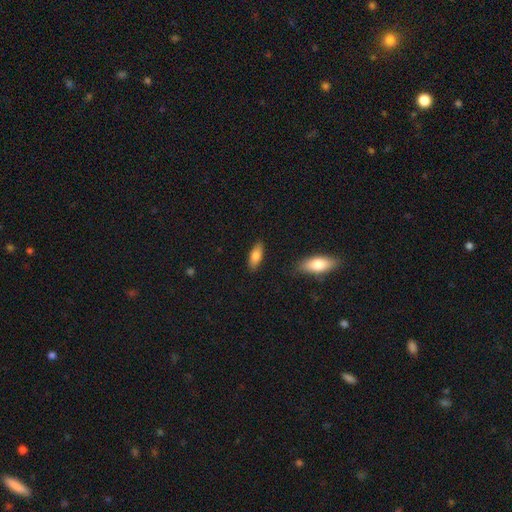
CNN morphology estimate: The model was most divided on "how rounded": in between: 75%, cigar-shaped: 23%, round: 2%. More confident: merging — none (85%); smooth or featured — smooth (79%).